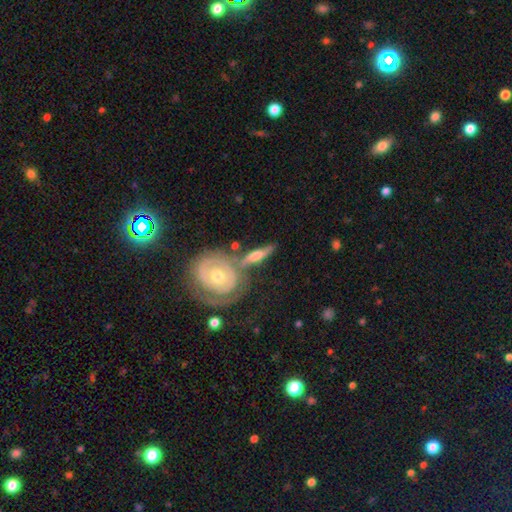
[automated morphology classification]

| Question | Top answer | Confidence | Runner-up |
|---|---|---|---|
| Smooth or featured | featured or disk | 63% | smooth (32%) |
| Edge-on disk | no | 57% | yes (43%) |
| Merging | none | 47% | merger (28%) |